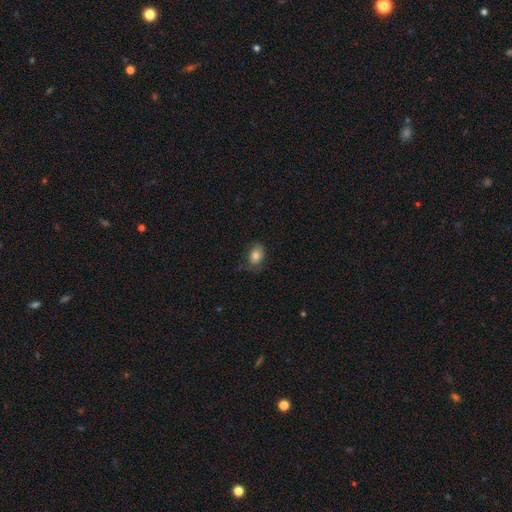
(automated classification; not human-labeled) smooth 82%, featured or disk 9%, star or artifact 9%. Down the decision tree: how rounded — in between (79%); merging — none (68%).